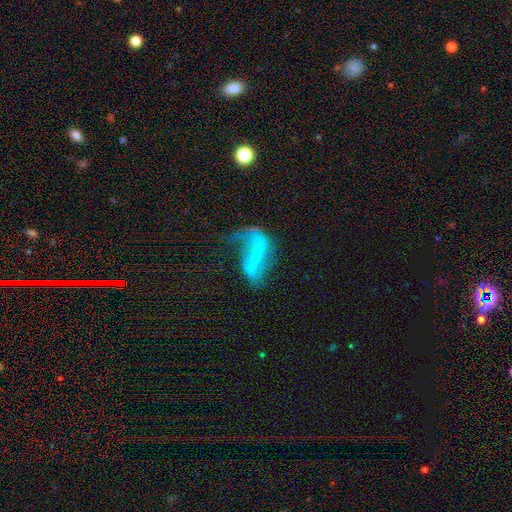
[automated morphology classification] This is likely a featured or disk galaxy (72%). It is clearly not viewed edge-on (89%). Bar: possibly strong (57%). Spiral arm pattern: likely yes (69%). Central bulge: marginally small (42%). Merging: marginally major disturbance (43%).